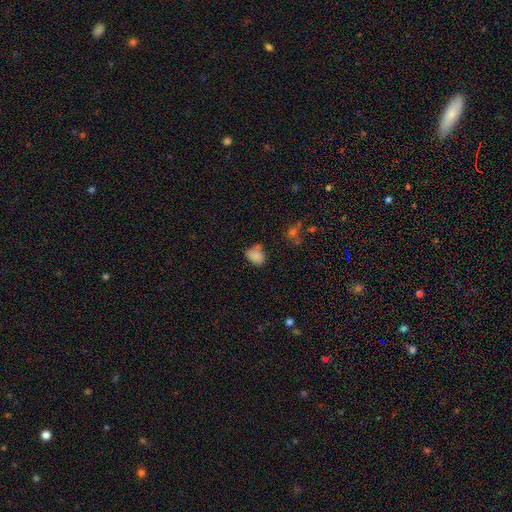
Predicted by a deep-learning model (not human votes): This is clearly a smooth galaxy (82%). How rounded: likely in between (69%). Merging: possibly none (53%).